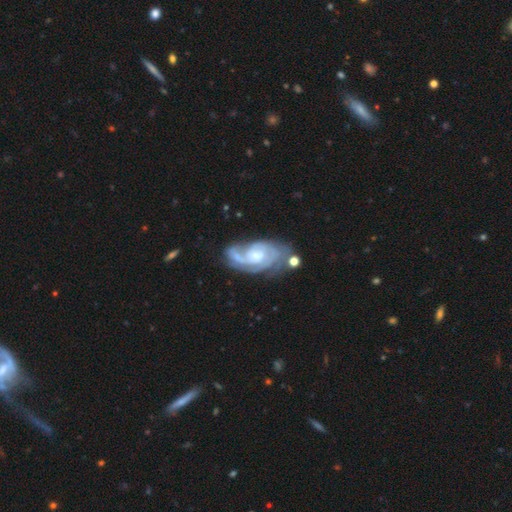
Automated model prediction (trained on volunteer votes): Smooth or featured? featured or disk (87%)
Edge-on disk? no (96%)
Bar? no (57%)
Spiral arms? yes (96%)
Spiral winding? tight (51%)
Spiral arm count? 2 (40%)
Bulge size? small (42%, tied with moderate)
Merging? none (55%)